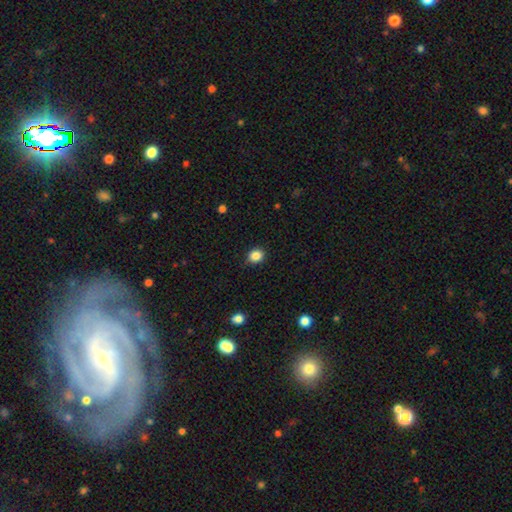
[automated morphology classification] type=smooth (86%); roundness=round (70%); merging=none (88%).